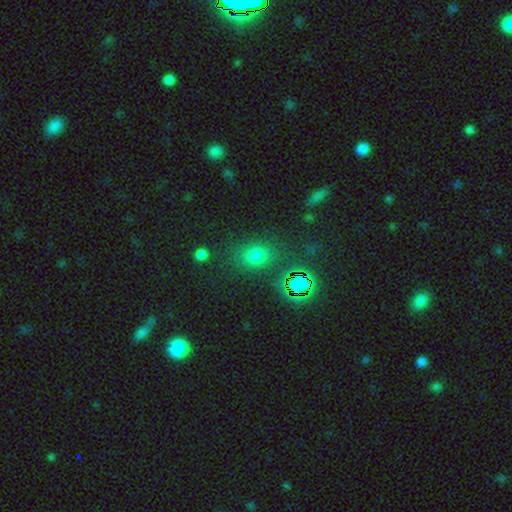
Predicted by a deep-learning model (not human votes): smooth-or-featured: smooth: 66% | star or artifact: 26% | featured or disk: 8%
  how-rounded: in between: 52% | round: 45% | cigar-shaped: 2%
  merging: none: 78% | minor disturbance: 12% | major disturbance: 5% | merger: 4%